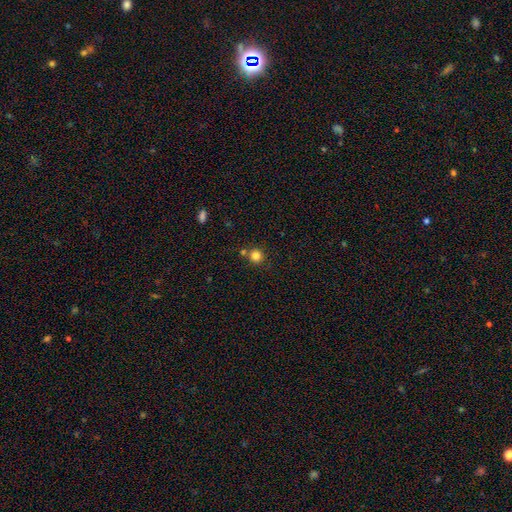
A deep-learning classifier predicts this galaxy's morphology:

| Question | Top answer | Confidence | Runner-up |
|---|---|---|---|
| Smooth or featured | smooth | 82% | star or artifact (13%) |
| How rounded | round | 93% | in between (7%) |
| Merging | none | 76% | merger (13%) |